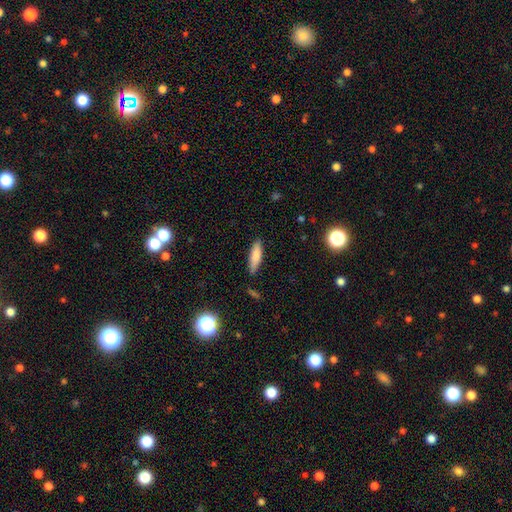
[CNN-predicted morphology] smooth_or_featured: smooth (p=0.79) [alt: featured or disk p=0.13]
how_rounded: cigar-shaped (p=0.63) [alt: in between p=0.35]
merging: none (p=0.86) [alt: minor disturbance p=0.10]